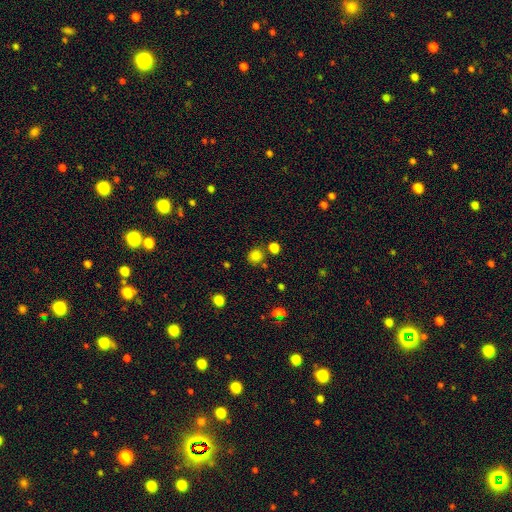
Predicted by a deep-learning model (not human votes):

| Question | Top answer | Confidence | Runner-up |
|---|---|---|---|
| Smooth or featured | smooth | 81% | star or artifact (15%) |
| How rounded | round | 86% | in between (13%) |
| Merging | none | 76% | merger (10%) |